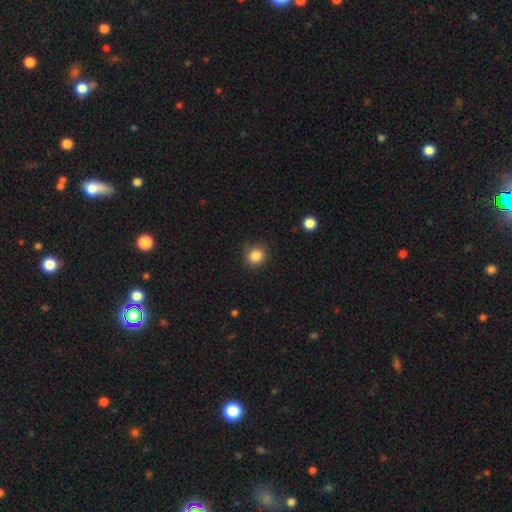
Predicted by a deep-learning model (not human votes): smooth 86%, star or artifact 10%, featured or disk 4%. Down the decision tree: how rounded — round (85%); merging — none (88%).